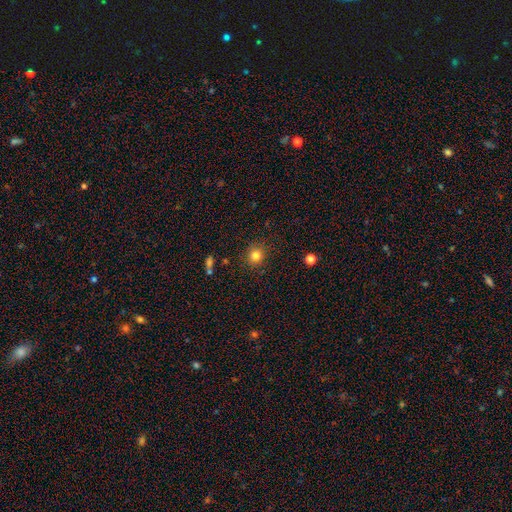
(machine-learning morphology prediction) smooth 82%, star or artifact 12%, featured or disk 6%. Down the decision tree: how rounded — round (89%); merging — none (88%).